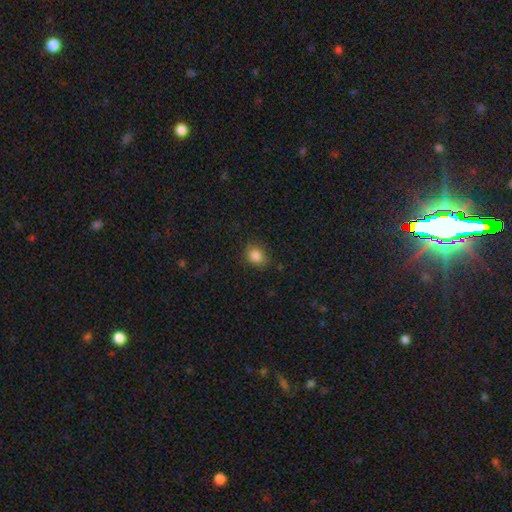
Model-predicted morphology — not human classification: smooth 85%, star or artifact 10%, featured or disk 5%. Down the decision tree: how rounded — round (54%); merging — none (80%).